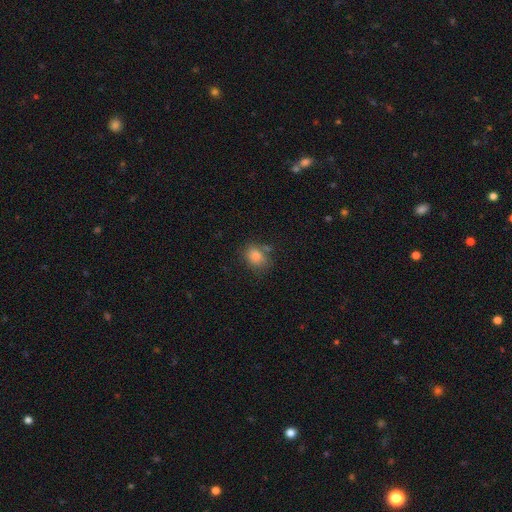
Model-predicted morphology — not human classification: type=smooth (81%); roundness=round (50%); merging=none (70%).